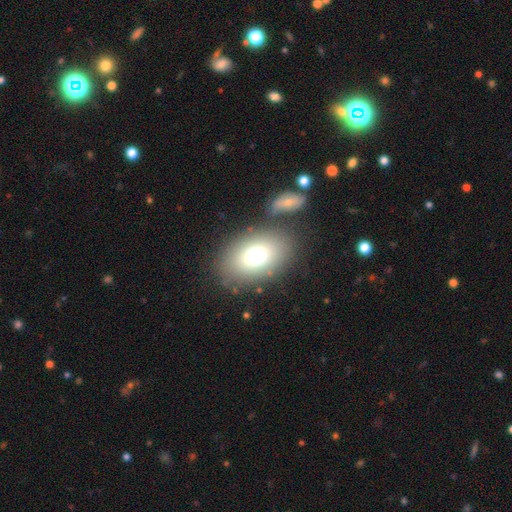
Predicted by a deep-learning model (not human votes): A smooth galaxy with no disk features (74%) that is in between round and cigar-shaped (81%).

Vote fractions:
- Smooth or featured? smooth: 74% / featured or disk: 15% / star or artifact: 11%
- How rounded? in between: 81% / round: 17% / cigar-shaped: 1%
- Merging? none: 75% / minor disturbance: 11% / merger: 9% / major disturbance: 5%